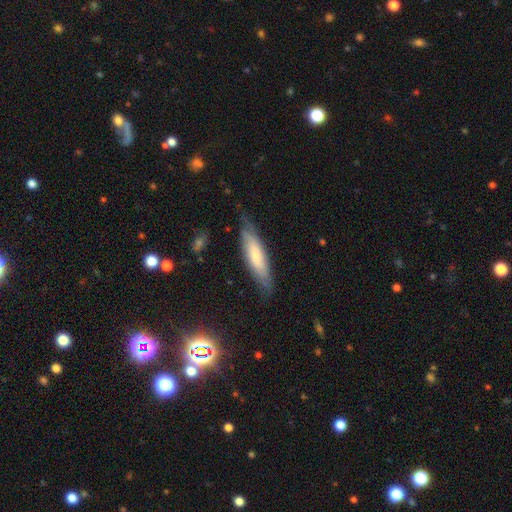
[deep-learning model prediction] This appears to be a smooth galaxy with no disk features (62%) that is cigar-shaped (68%). Merging: none (69%).